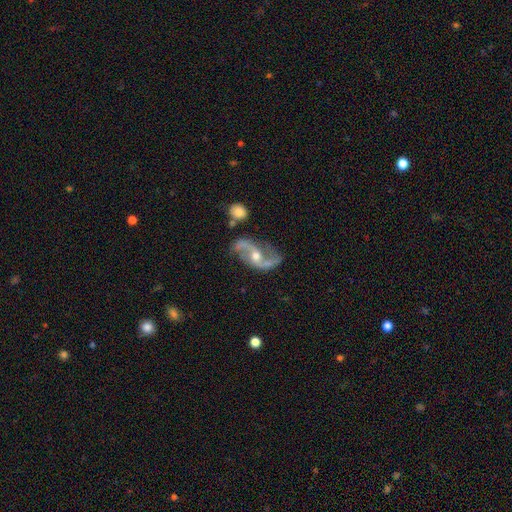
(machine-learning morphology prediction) Smooth or featured?
  - featured or disk: 91% *
  - star or artifact: 5%
  - smooth: 4%
Edge-on disk?
  - no: 97% *
  - yes: 3%
Bar?
  - no: 45% *
  - weak: 35%
  - strong: 20%
Spiral arms?
  - yes: 97% *
  - no: 3%
Spiral winding?
  - loose: 71% *
  - medium: 24%
  - tight: 6%
Spiral arm count?
  - 2: 94% *
  - can't tell: 2%
  - 1: 1%
  - 3: 1%
  - 4: 1%
  - more than 4: 1%
Bulge size?
  - moderate: 62% *
  - small: 33%
  - large: 3%
  - none: 1%
  - dominant: 1%
Merging?
  - none: 72% *
  - minor disturbance: 17%
  - major disturbance: 7%
  - merger: 4%